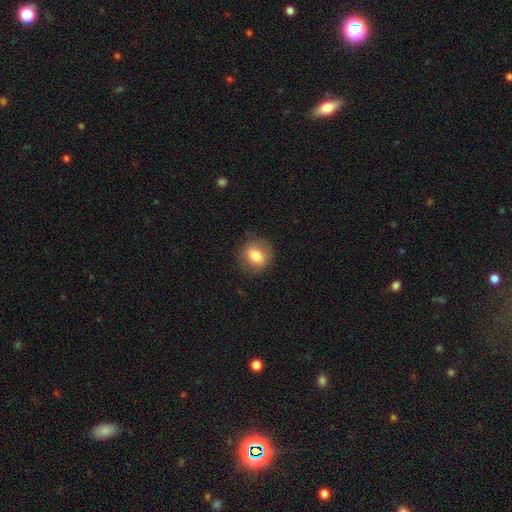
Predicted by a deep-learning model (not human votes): smooth_or_featured: smooth (p=0.74) [alt: featured or disk p=0.18]
how_rounded: round (p=0.64) [alt: in between p=0.35]
merging: none (p=0.82) [alt: minor disturbance p=0.13]